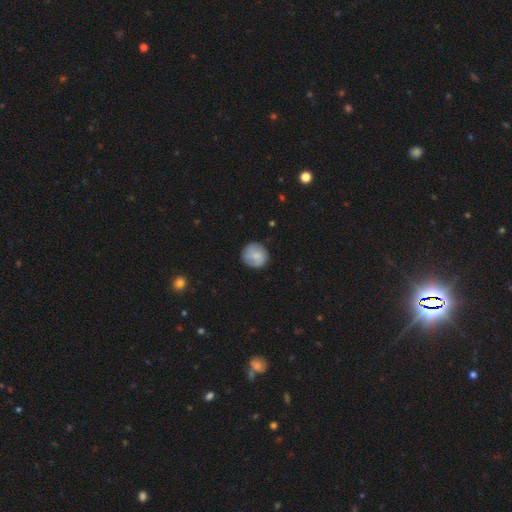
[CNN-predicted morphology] This is likely a smooth galaxy (74%). How rounded: clearly round (93%). Merging: likely none (79%).